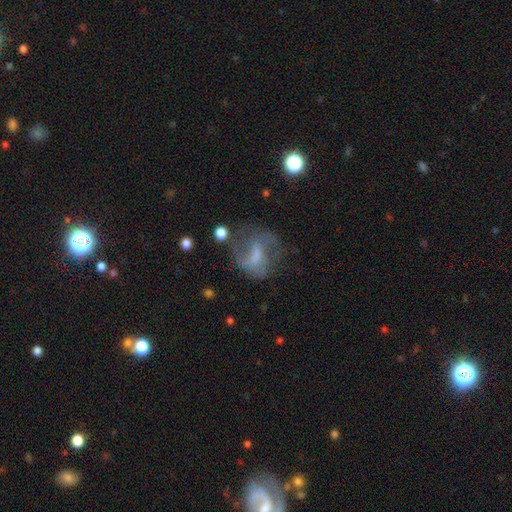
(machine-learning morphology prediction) The model was most divided on "bar": weak: 43%, no: 37%, strong: 20%. Remaining: edge-on disk — no (96%); spiral arms — yes (59%); smooth or featured — featured or disk (54%); bulge size — none (46%); merging — none (42%).